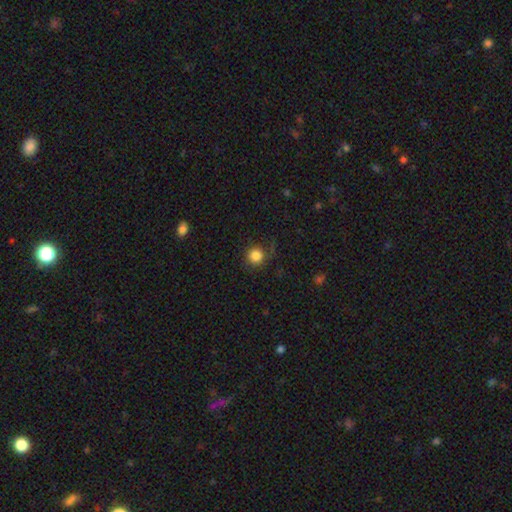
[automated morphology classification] smooth_or_featured: smooth (p=0.84) [alt: star or artifact p=0.11]
how_rounded: round (p=0.93) [alt: in between p=0.06]
merging: none (p=0.80) [alt: minor disturbance p=0.13]